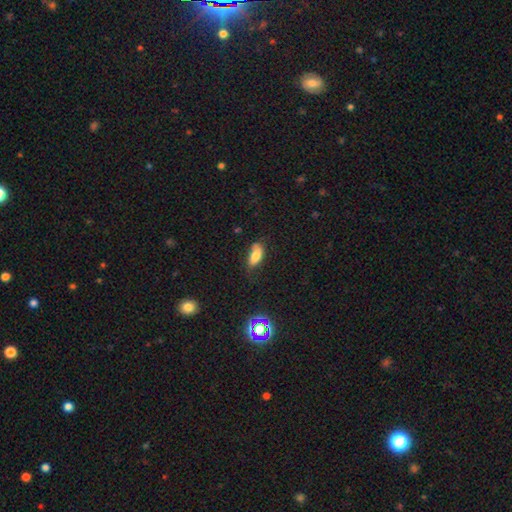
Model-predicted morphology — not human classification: Smooth or featured? smooth (76%)
How rounded? in between (83%)
Merging? none (57%)